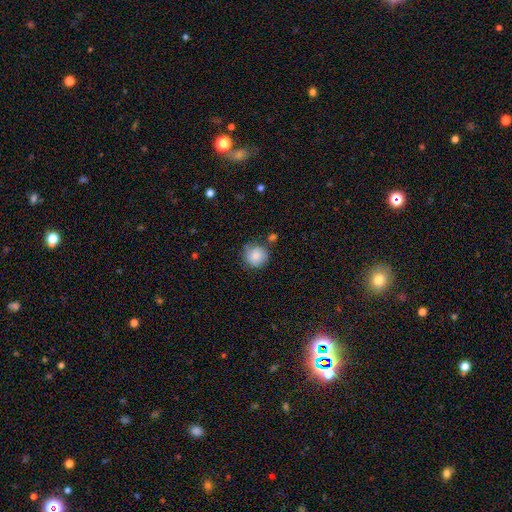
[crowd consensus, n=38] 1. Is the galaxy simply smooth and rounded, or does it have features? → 95% smooth, 5% featured or disk, 0% star or artifact.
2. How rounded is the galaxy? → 92% round, 8% in between, 0% cigar-shaped.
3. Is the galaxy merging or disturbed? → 79% none, 16% minor disturbance, 5% merger, 0% major disturbance.